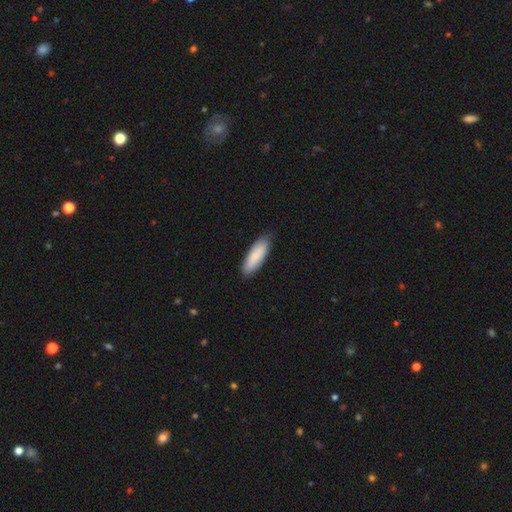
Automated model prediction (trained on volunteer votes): This appears to be a smooth galaxy with no disk features (87%) that is in between round and cigar-shaped (51%). Merging: none (86%).